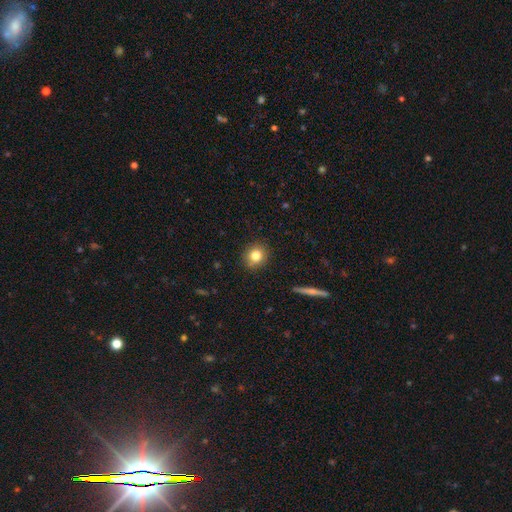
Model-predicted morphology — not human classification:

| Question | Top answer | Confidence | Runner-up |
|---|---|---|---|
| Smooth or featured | smooth | 80% | star or artifact (11%) |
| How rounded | round | 85% | in between (14%) |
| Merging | none | 89% | minor disturbance (8%) |